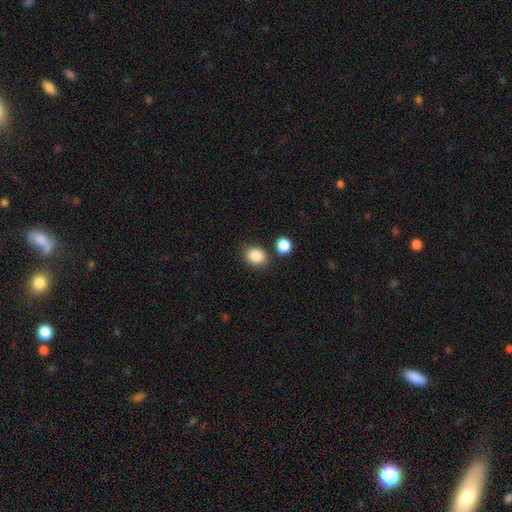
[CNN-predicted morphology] Smooth or featured? Predicted: smooth (p=0.87). How rounded? Predicted: round (p=0.51). Merging? Predicted: none (p=0.79).